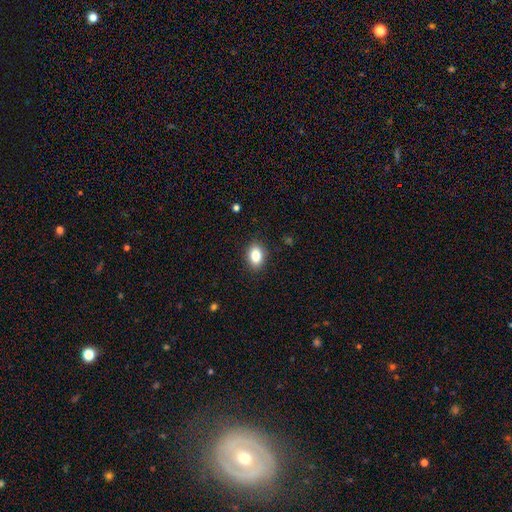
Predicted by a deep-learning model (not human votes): Smooth or featured? smooth (84%)
How rounded? in between (80%)
Merging? none (88%)